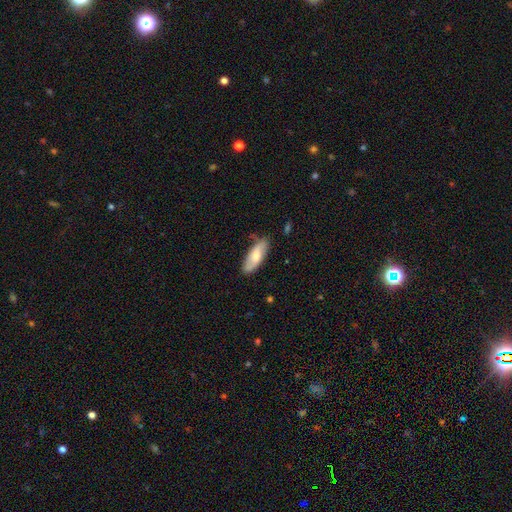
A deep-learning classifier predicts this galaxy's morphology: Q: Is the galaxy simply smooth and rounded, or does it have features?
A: smooth — 65%.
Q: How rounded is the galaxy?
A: in between — 69%.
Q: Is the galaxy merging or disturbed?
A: none — 76%.